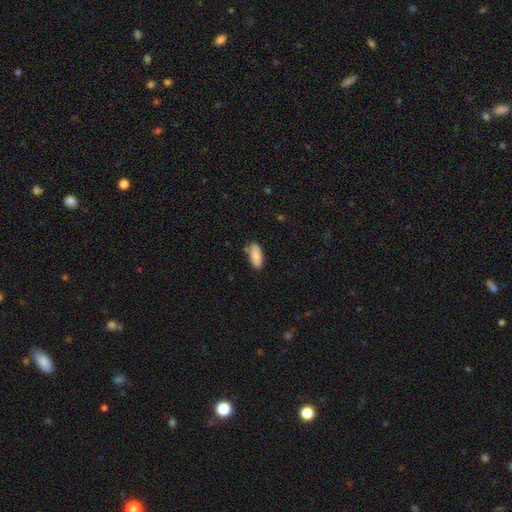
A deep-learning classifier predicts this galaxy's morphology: Smooth or featured? Predicted: smooth (p=0.87). How rounded? Predicted: in between (p=0.84). Merging? Predicted: none (p=0.75).